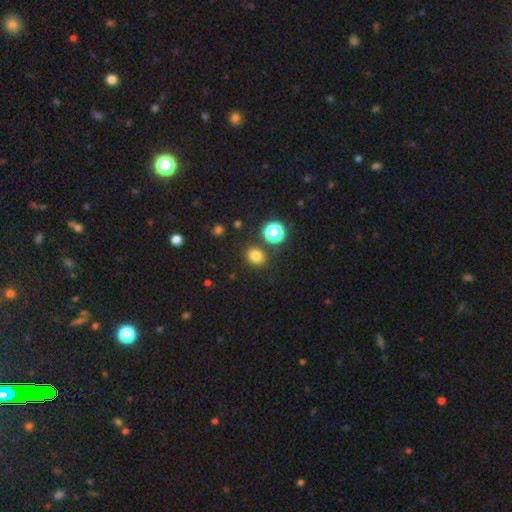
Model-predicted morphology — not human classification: The model was most divided on "how rounded": round: 67%, in between: 32%, cigar-shaped: 1%. More confident: merging — none (84%); smooth or featured — smooth (78%).